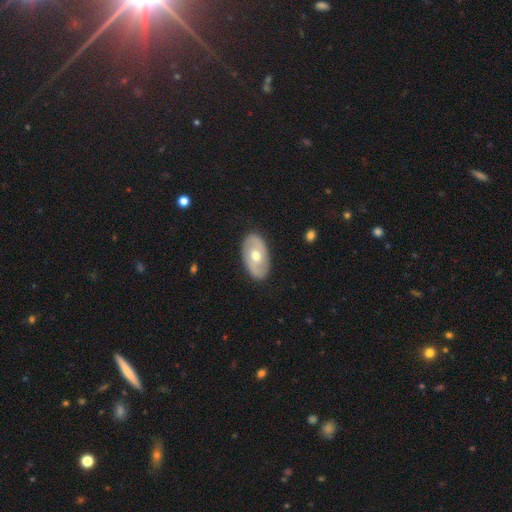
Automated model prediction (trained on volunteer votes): Q: Smooth or featured?
A: featured or disk (50%); runner-up: smooth (45%)
Q: Edge-on disk?
A: no (89%); runner-up: yes (11%)
Q: Merging?
A: none (86%); runner-up: minor disturbance (10%)